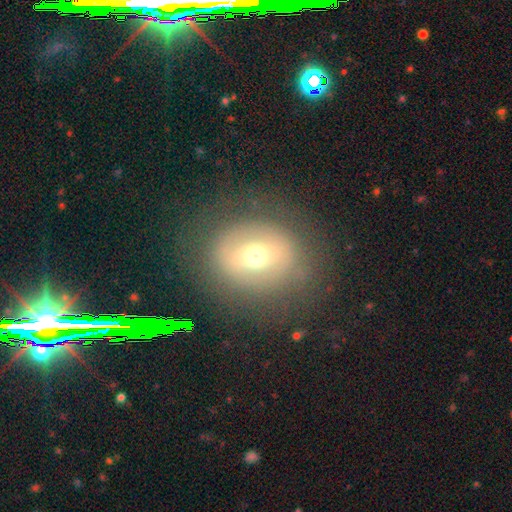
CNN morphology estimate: A smooth galaxy with no disk features (47%).

Vote fractions:
- Smooth or featured? smooth: 47% / featured or disk: 35% / star or artifact: 17%
- Merging? none: 80% / minor disturbance: 12% / major disturbance: 7% / merger: 2%